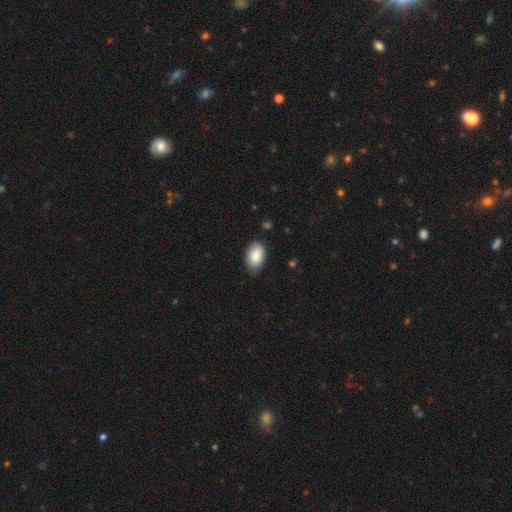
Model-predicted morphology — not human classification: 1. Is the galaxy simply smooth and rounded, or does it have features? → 85% smooth, 8% featured or disk, 7% star or artifact.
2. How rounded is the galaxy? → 92% in between, 7% round, 1% cigar-shaped.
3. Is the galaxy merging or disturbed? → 80% none, 16% minor disturbance, 2% major disturbance, 1% merger.